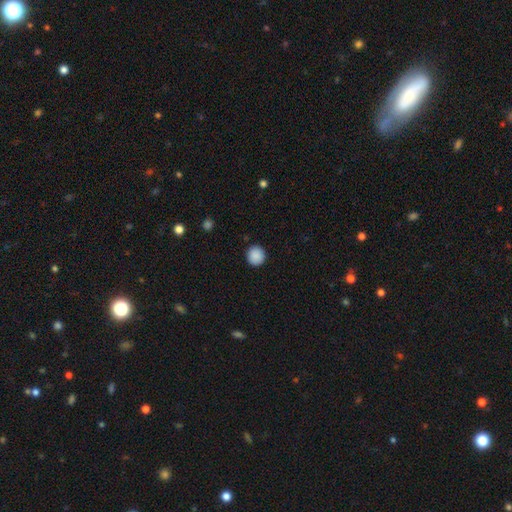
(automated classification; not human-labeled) smooth_or_featured: smooth (p=0.89) [alt: star or artifact p=0.08]
how_rounded: round (p=0.91) [alt: in between p=0.08]
merging: none (p=0.91) [alt: minor disturbance p=0.06]